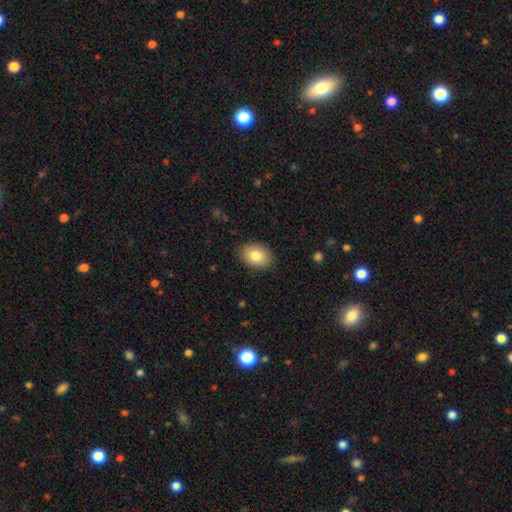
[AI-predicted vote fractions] Smooth or featured? Predicted: smooth (p=0.83). How rounded? Predicted: in between (p=0.79). Merging? Predicted: none (p=0.87).